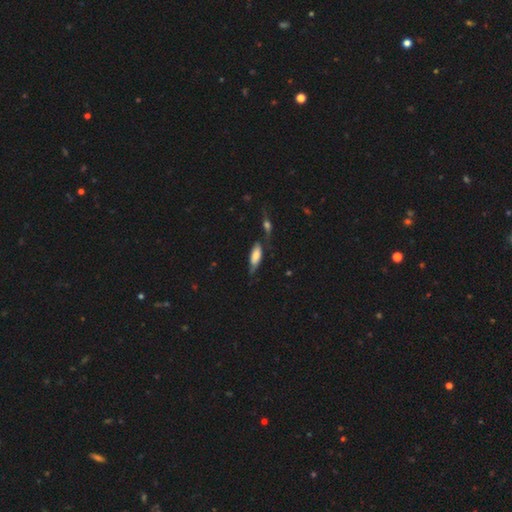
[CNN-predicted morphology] smooth-or-featured: smooth: 65% | featured or disk: 28% | star or artifact: 7%
  how-rounded: in between: 70% | cigar-shaped: 28% | round: 2%
  merging: none: 49% | minor disturbance: 24% | merger: 16% | major disturbance: 11%